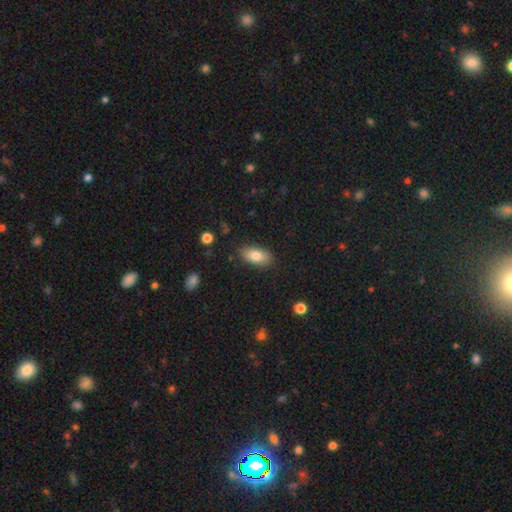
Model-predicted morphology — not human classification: smooth-or-featured: smooth: 82% | featured or disk: 11% | star or artifact: 7%
  how-rounded: in between: 91% | cigar-shaped: 5% | round: 4%
  merging: none: 85% | minor disturbance: 11% | major disturbance: 3% | merger: 1%